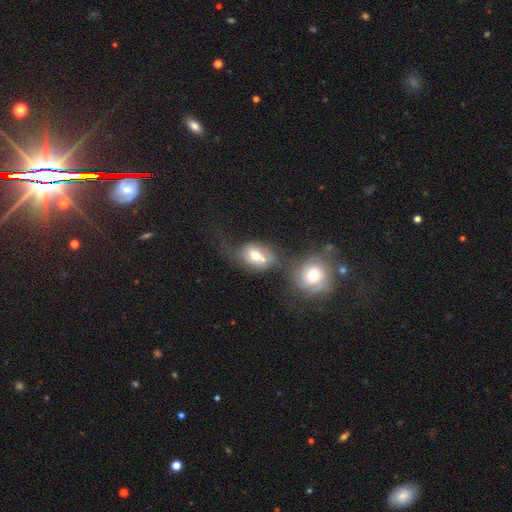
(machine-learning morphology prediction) Smooth or featured: smooth — 55% (featured or disk — 35%)
How rounded: in between — 60% (round — 38%)
Merging: merger — 51% (none — 21%)